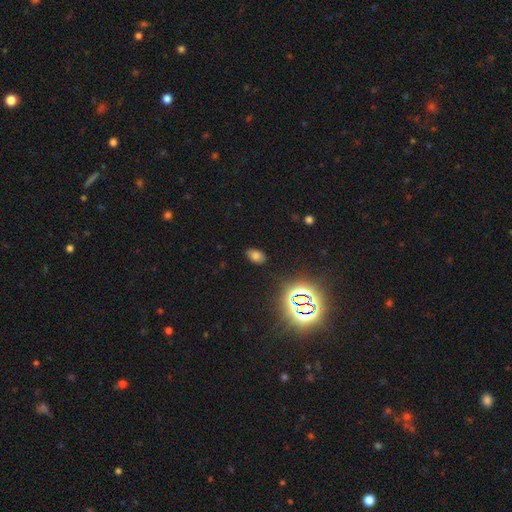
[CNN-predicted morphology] smooth 65%, star or artifact 27%, featured or disk 9%. Down the decision tree: how rounded — in between (86%); merging — none (84%).